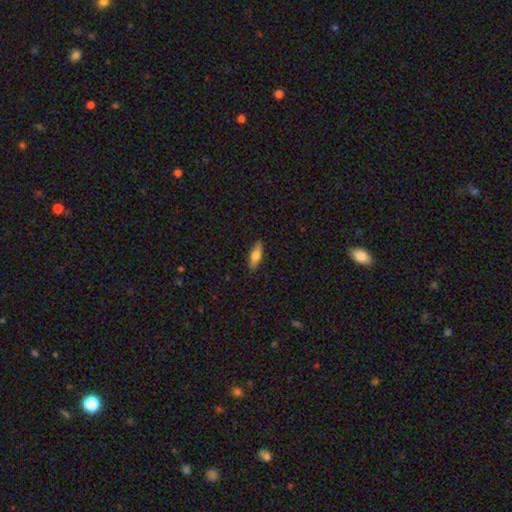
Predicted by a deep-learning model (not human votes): This appears to be a smooth galaxy with no disk features (74%) that is in between round and cigar-shaped (54%). Merging: none (87%).